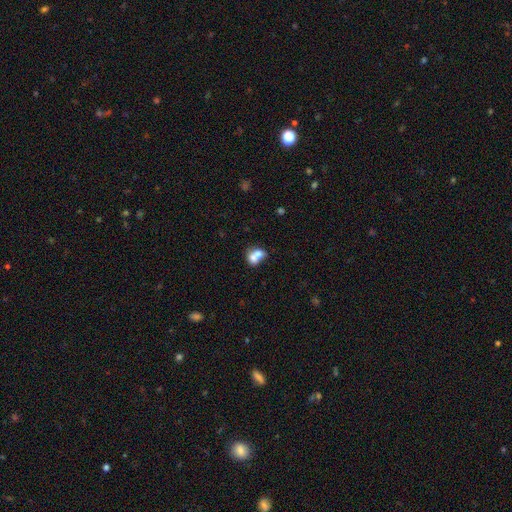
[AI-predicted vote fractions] Smooth or featured?
  - smooth: 69% *
  - featured or disk: 22%
  - star or artifact: 9%
How rounded?
  - in between: 55% *
  - round: 43%
  - cigar-shaped: 1%
Merging?
  - merger: 71% *
  - none: 18%
  - minor disturbance: 6%
  - major disturbance: 4%